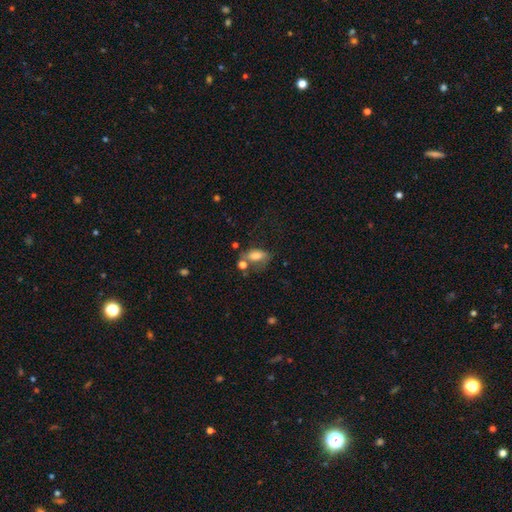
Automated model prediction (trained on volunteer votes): Smooth or featured: smooth — 74% (featured or disk — 16%)
How rounded: in between — 87% (round — 9%)
Merging: none — 38% (minor disturbance — 24%)